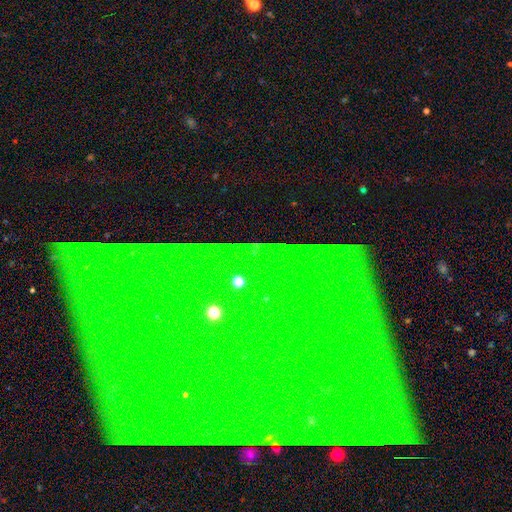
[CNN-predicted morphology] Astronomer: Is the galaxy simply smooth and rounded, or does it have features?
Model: star or artifact — 81%.